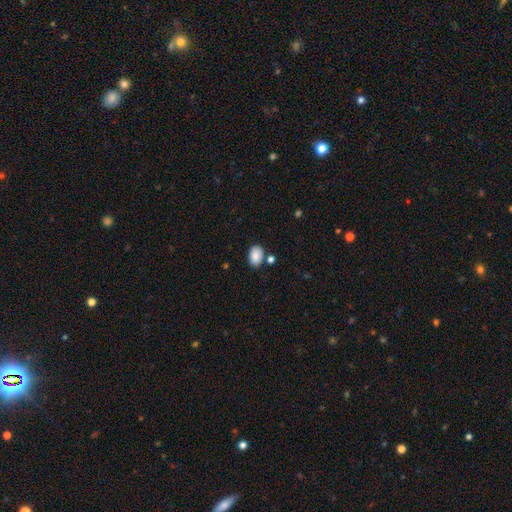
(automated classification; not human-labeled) Smooth or featured? smooth (87%)
How rounded? in between (83%)
Merging? none (76%)